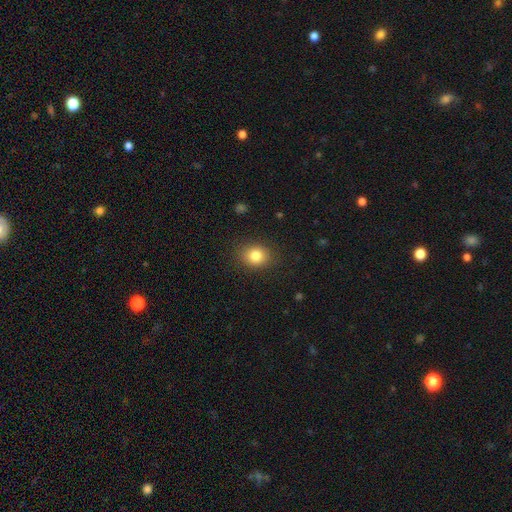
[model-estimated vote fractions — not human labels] smooth-or-featured: smooth: 83% | star or artifact: 10% | featured or disk: 7%
  how-rounded: round: 59% | in between: 40% | cigar-shaped: 1%
  merging: none: 86% | minor disturbance: 10% | major disturbance: 3% | merger: 1%